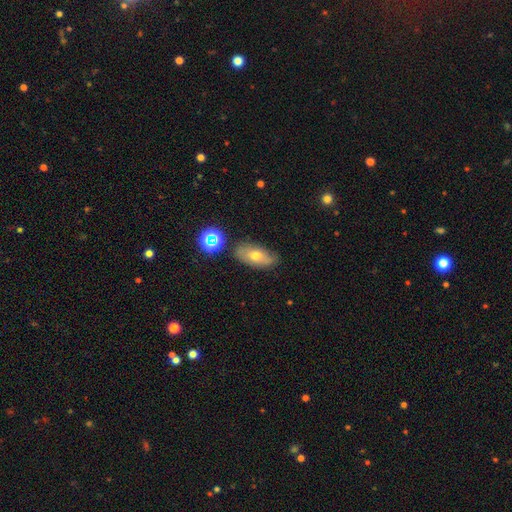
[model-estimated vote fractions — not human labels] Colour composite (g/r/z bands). It shows a smooth galaxy with no disk features (60%) that is in between round and cigar-shaped (86%). Merging: none (75%).